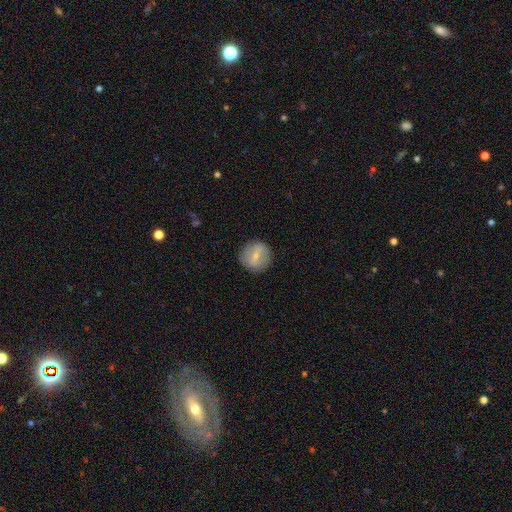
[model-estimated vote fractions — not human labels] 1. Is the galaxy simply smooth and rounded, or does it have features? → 51% smooth, 42% featured or disk, 8% star or artifact.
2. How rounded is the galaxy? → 92% round, 7% in between, 1% cigar-shaped.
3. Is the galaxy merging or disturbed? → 86% none, 10% minor disturbance, 3% major disturbance, 1% merger.